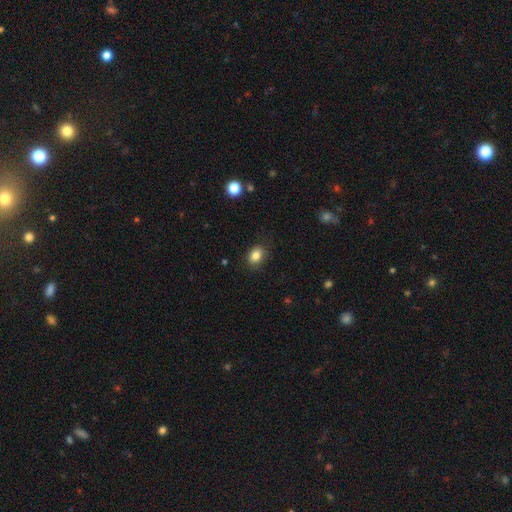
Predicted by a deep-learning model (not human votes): Smooth or featured?
  - smooth: 84% *
  - star or artifact: 10%
  - featured or disk: 6%
How rounded?
  - in between: 61% *
  - round: 38%
  - cigar-shaped: 1%
Merging?
  - none: 83% *
  - minor disturbance: 13%
  - major disturbance: 3%
  - merger: 1%